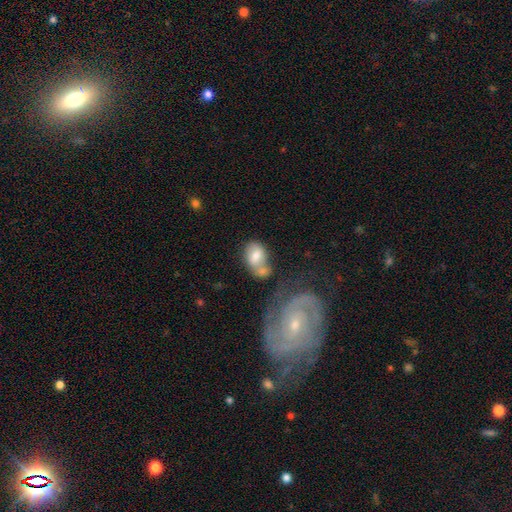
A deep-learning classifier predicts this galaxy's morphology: This is likely a smooth galaxy (69%). How rounded: clearly in between (83%). Merging: possibly merger (48%).